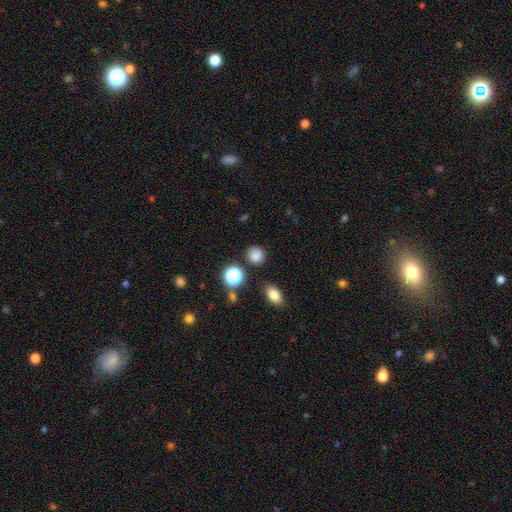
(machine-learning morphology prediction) smooth-or-featured: smooth: 77% | star or artifact: 16% | featured or disk: 7%
  how-rounded: round: 85% | in between: 14% | cigar-shaped: 1%
  merging: none: 80% | minor disturbance: 13% | major disturbance: 4% | merger: 4%